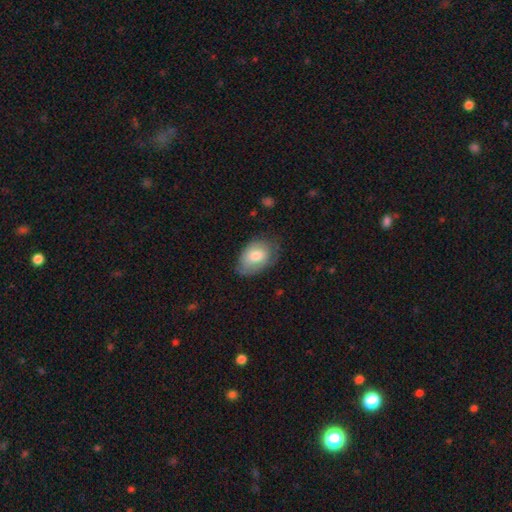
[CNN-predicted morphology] smooth_or_featured: smooth (p=0.71) [alt: featured or disk p=0.23]
how_rounded: in between (p=0.85) [alt: round p=0.14]
merging: none (p=0.62) [alt: minor disturbance p=0.28]